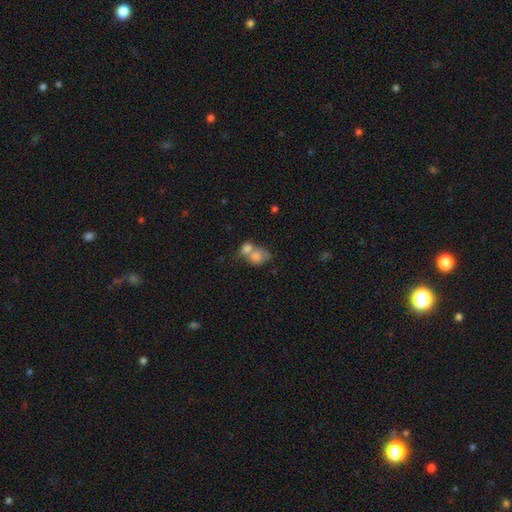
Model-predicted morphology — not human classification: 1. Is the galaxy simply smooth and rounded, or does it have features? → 73% smooth, 18% featured or disk, 9% star or artifact.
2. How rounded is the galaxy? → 57% in between, 42% round, 2% cigar-shaped.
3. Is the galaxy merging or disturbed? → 67% merger, 18% none, 8% minor disturbance, 6% major disturbance.